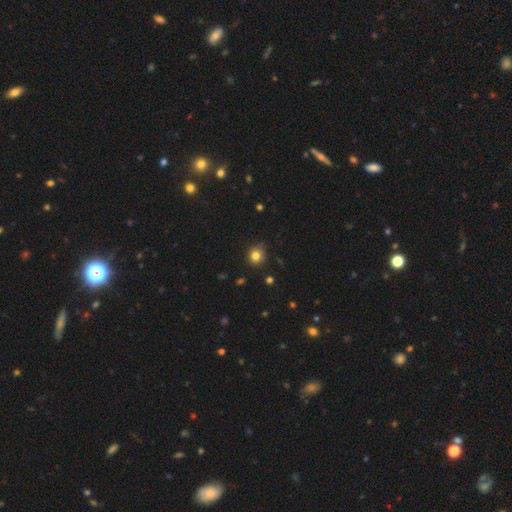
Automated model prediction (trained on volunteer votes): This appears to be a smooth galaxy with no disk features (81%) that is round (82%). Merging: none (75%).